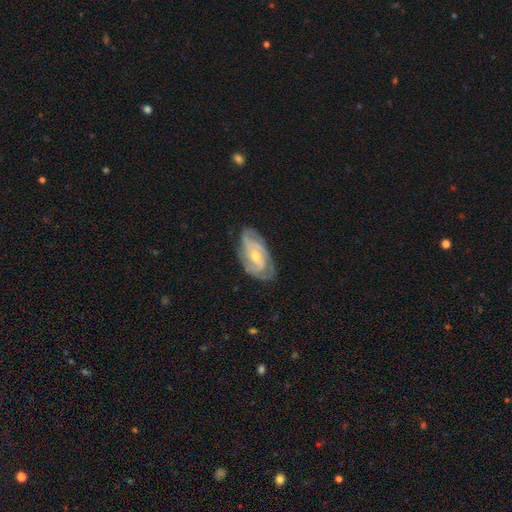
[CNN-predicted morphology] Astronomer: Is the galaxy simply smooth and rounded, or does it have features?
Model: featured or disk — 81%.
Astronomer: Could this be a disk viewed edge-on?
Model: no — 95%.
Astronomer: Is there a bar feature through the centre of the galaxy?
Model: no — 52% (runner-up: weak, 37%).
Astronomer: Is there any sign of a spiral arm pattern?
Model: yes — 93%.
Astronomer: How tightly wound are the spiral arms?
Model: tight — 51% (runner-up: medium, 39%).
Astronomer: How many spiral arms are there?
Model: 2 — 35% (runner-up: 3, 28%).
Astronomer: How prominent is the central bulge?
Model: small — 53% (runner-up: moderate, 44%).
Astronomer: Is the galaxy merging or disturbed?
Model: none — 71%.